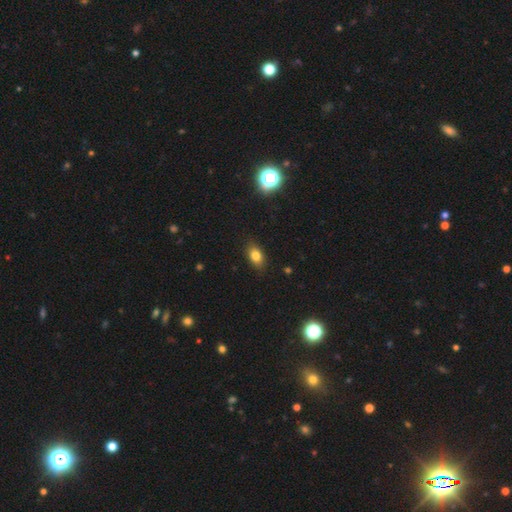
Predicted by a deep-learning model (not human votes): Morphology: type=smooth (80%); roundness=in between (83%); merging=none (86%).